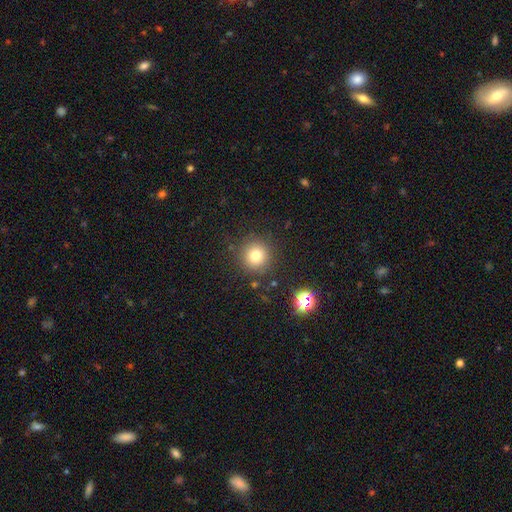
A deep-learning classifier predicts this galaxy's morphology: The model was most divided on "smooth or featured": smooth: 77%, star or artifact: 15%, featured or disk: 8%. More confident: how rounded — round (95%); merging — none (87%).